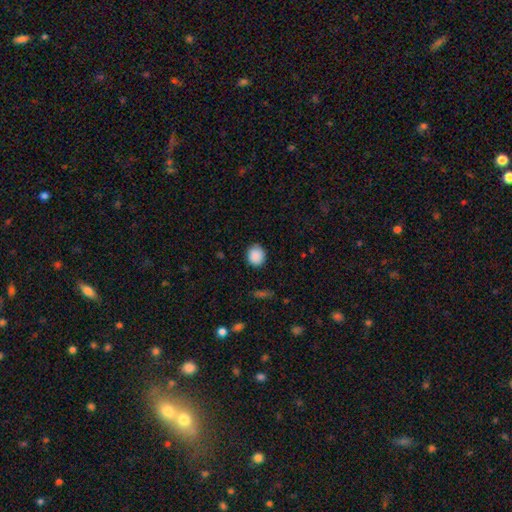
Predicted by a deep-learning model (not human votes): Overall: smooth (89%). How rounded: round (80%). Merging: none (88%).